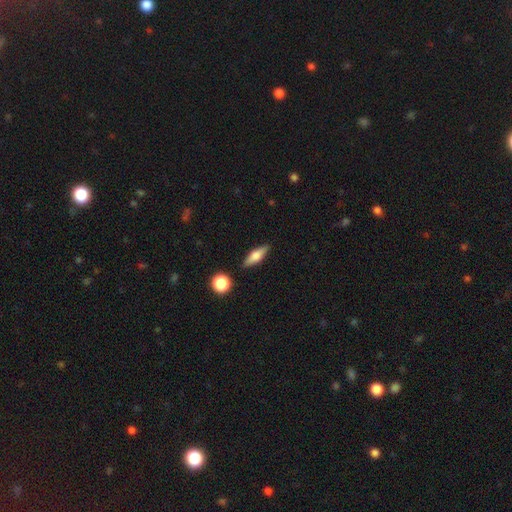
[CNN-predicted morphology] Smooth or featured? smooth (54%)
How rounded? in between (48%)
Merging? none (86%)